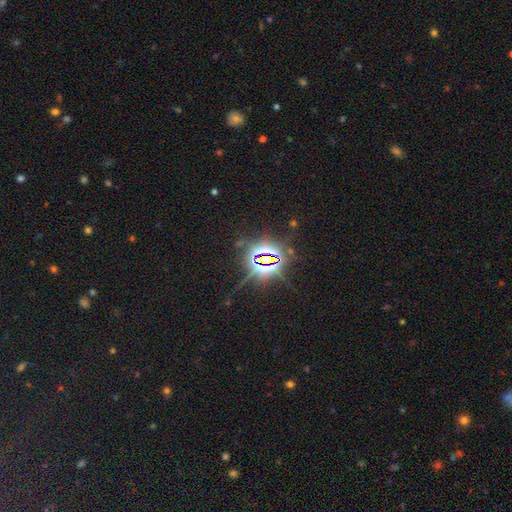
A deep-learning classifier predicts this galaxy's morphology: Smooth or featured?
  - star or artifact: 86% *
  - smooth: 8%
  - featured or disk: 6%